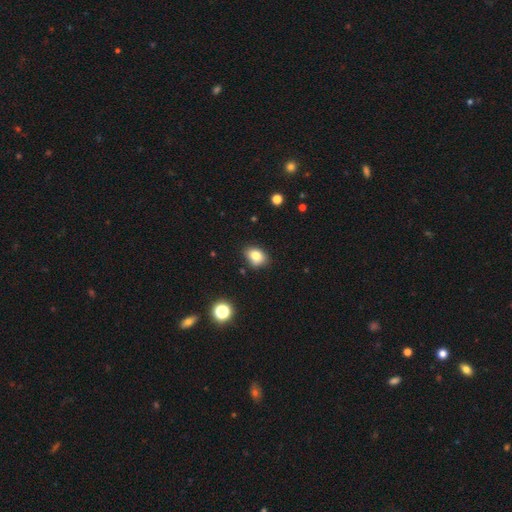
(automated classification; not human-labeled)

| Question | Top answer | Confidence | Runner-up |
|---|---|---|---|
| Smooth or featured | smooth | 81% | star or artifact (11%) |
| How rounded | in between | 67% | round (32%) |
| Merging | none | 80% | minor disturbance (15%) |